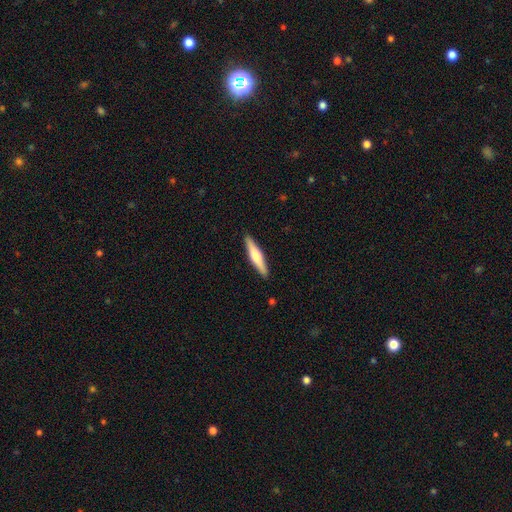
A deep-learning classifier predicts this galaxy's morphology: A smooth galaxy with no disk features (48%).

Vote fractions:
- Smooth or featured? smooth: 48% / featured or disk: 47% / star or artifact: 5%
- Merging? none: 91% / minor disturbance: 7% / major disturbance: 1% / merger: 1%